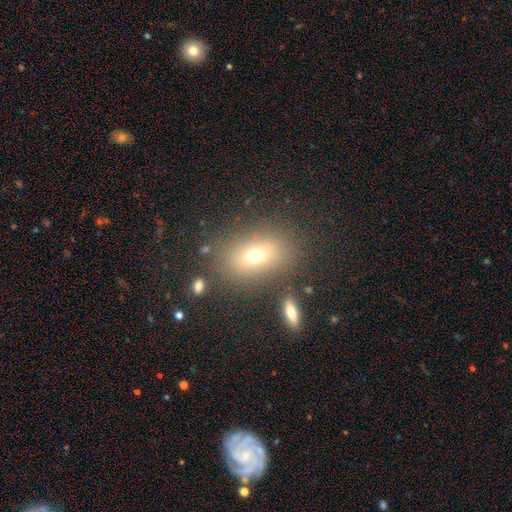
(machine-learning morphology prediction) The model was most divided on "smooth or featured": smooth: 65%, featured or disk: 19%, star or artifact: 16%. More confident: merging — none (78%); how rounded — in between (75%).